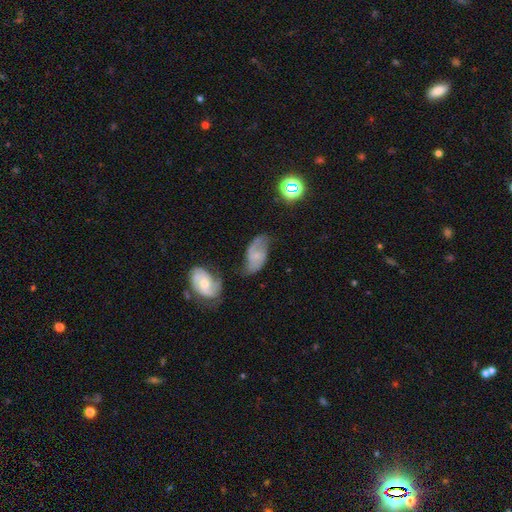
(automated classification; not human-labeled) smooth_or_featured: featured or disk (p=0.60) [alt: smooth p=0.30]
disk_edge_on: no (p=0.95) [alt: yes p=0.05]
bar: no (p=0.62) [alt: weak p=0.31]
has_spiral_arms: yes (p=0.84) [alt: no p=0.16]
bulge_size: small (p=0.67) [alt: moderate p=0.21]
merging: none (p=0.41) [alt: minor disturbance p=0.29]